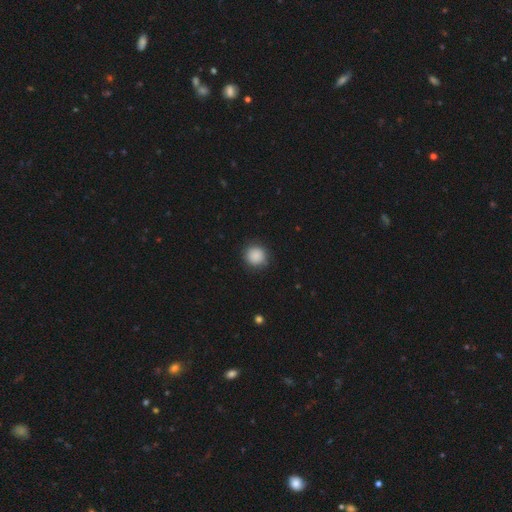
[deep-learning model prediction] smooth-or-featured: smooth: 88% | star or artifact: 8% | featured or disk: 3%
  how-rounded: round: 93% | in between: 6% | cigar-shaped: 1%
  merging: none: 88% | minor disturbance: 8% | major disturbance: 3% | merger: 1%